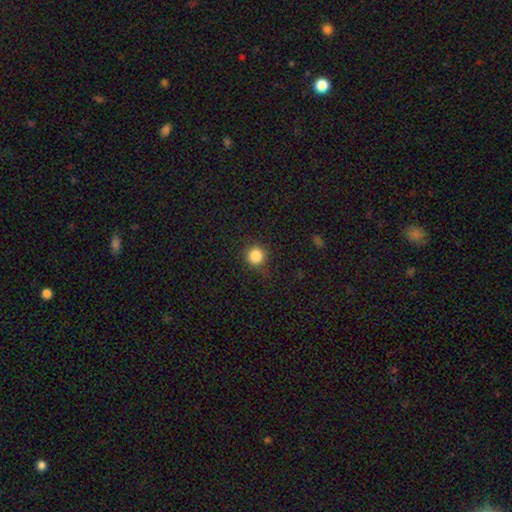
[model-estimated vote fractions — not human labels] Smooth or featured: smooth — 85% (star or artifact — 11%)
How rounded: round — 94% (in between — 5%)
Merging: none — 84% (minor disturbance — 11%)